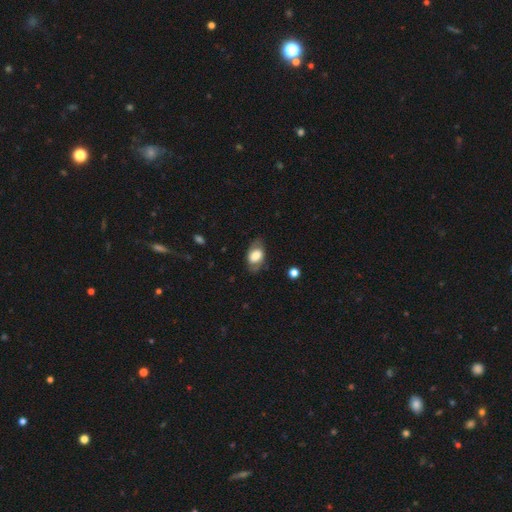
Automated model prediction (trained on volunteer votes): This appears to be a smooth galaxy with no disk features (65%) that is in between round and cigar-shaped (90%). Merging: none (72%).